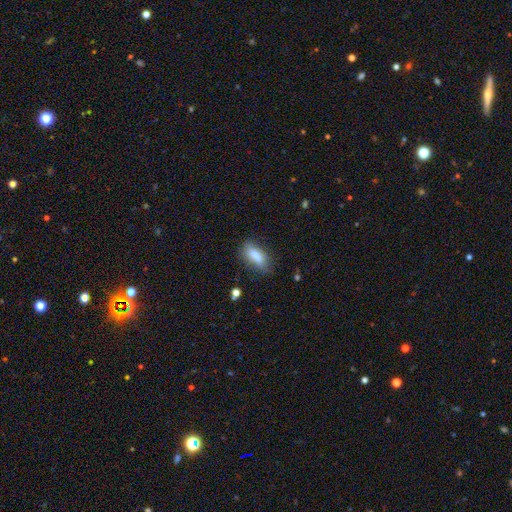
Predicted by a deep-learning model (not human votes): This is clearly a smooth galaxy (81%). How rounded: likely in between (73%). Merging: likely none (69%).